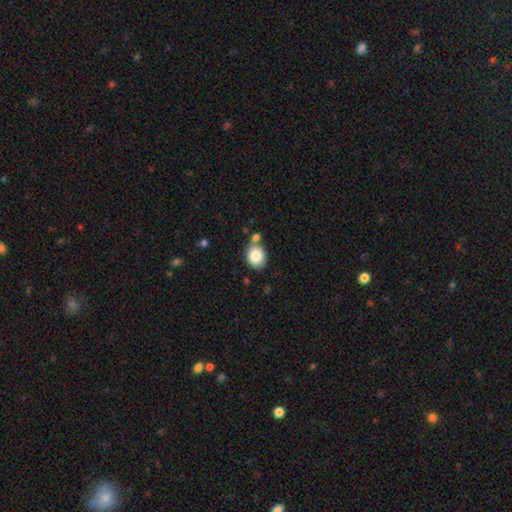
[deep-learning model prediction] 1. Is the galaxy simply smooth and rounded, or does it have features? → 84% smooth, 8% star or artifact, 7% featured or disk.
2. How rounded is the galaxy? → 54% round, 46% in between, 1% cigar-shaped.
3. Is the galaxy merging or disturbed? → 63% none, 18% merger, 15% minor disturbance, 4% major disturbance.